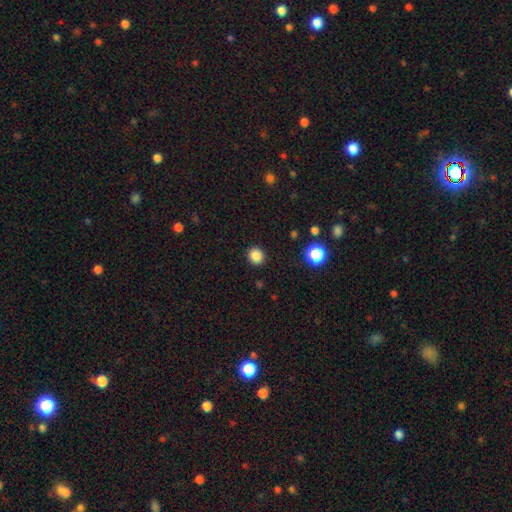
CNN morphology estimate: smooth_or_featured: smooth (p=0.85) [alt: star or artifact p=0.11]
how_rounded: round (p=0.83) [alt: in between p=0.16]
merging: none (p=0.91) [alt: minor disturbance p=0.06]